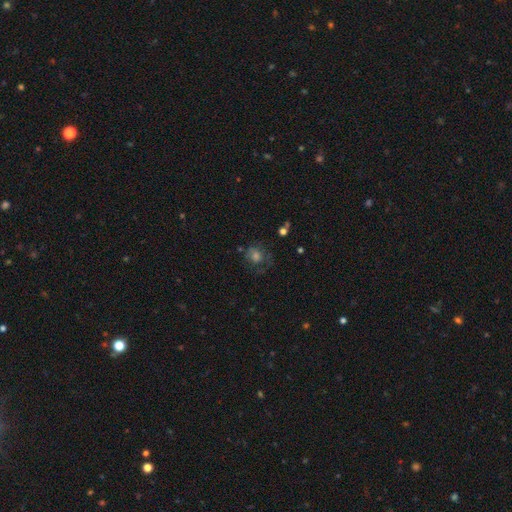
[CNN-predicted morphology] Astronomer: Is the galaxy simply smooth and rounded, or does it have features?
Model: smooth — 43% (runner-up: featured or disk, 33%).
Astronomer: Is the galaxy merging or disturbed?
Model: none — 58%.